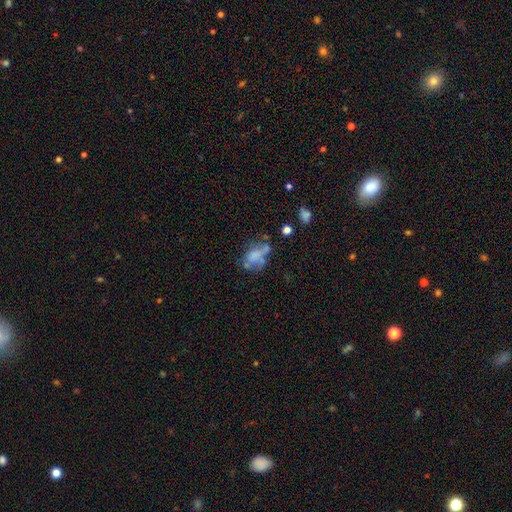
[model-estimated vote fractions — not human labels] A smooth galaxy with no disk features (46%).

Vote fractions:
- Smooth or featured? smooth: 46% / featured or disk: 41% / star or artifact: 14%
- Merging? none: 29% / major disturbance: 26% / merger: 25% / minor disturbance: 20%